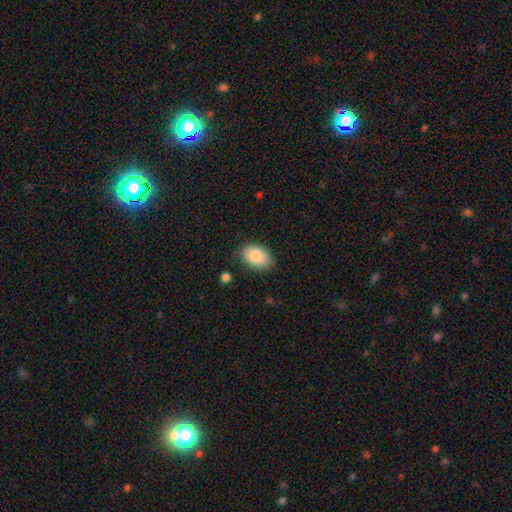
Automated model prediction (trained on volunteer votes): This appears to be a smooth galaxy with no disk features (84%) that is in between round and cigar-shaped (85%). Merging: none (80%).